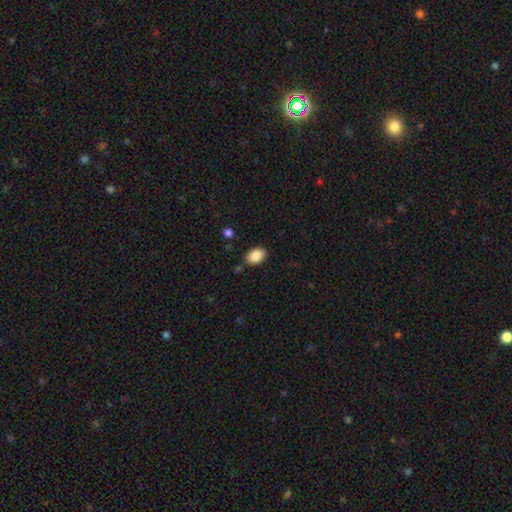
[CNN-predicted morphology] Smooth or featured: smooth — 87% (star or artifact — 8%)
How rounded: in between — 81% (round — 18%)
Merging: none — 83% (minor disturbance — 12%)